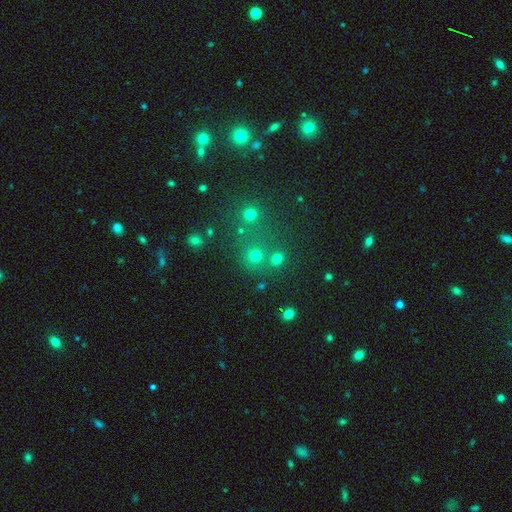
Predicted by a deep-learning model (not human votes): Smooth or featured? Predicted: smooth (p=0.61). How rounded? Predicted: round (p=0.87). Merging? Predicted: none (p=0.66).